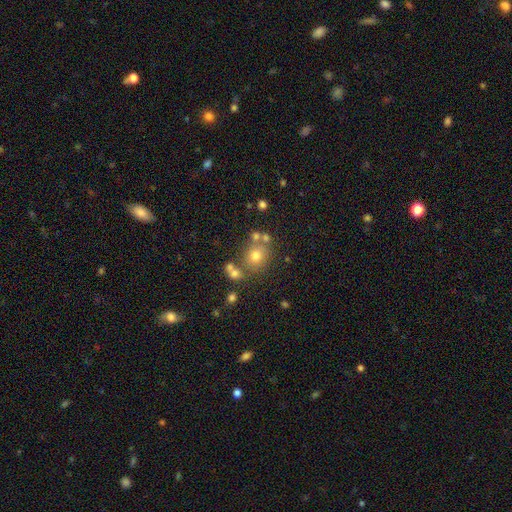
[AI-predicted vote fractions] Smooth or featured: smooth — 66% (star or artifact — 18%)
How rounded: round — 77% (in between — 22%)
Merging: none — 63% (merger — 21%)